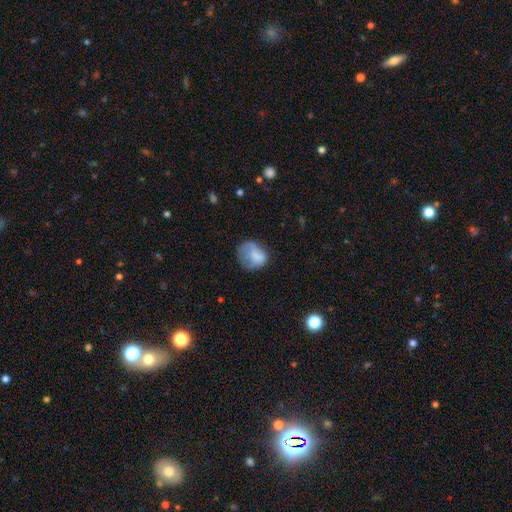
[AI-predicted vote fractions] Q: Smooth or featured?
A: smooth (72%); runner-up: featured or disk (20%)
Q: How rounded?
A: round (57%); runner-up: in between (42%)
Q: Merging?
A: none (39%); runner-up: minor disturbance (30%)